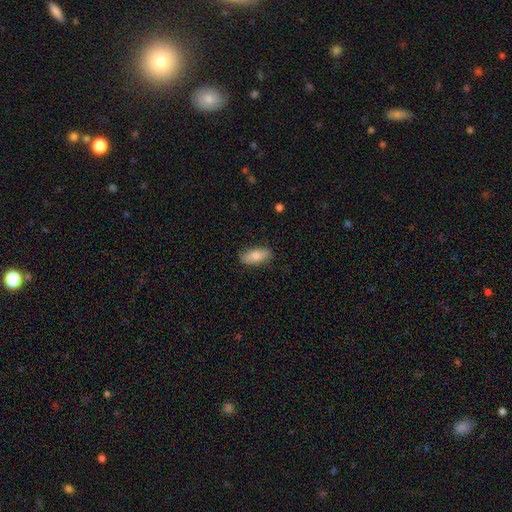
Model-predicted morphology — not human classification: This appears to be a smooth galaxy with no disk features (75%) that is in between round and cigar-shaped (87%). Merging: none (84%).